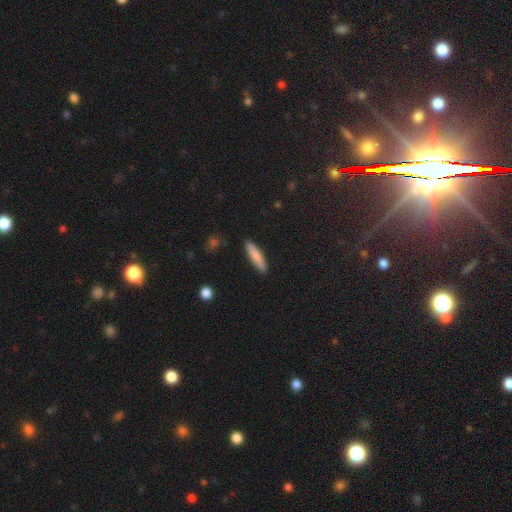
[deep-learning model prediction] smooth-or-featured: smooth: 81% | featured or disk: 13% | star or artifact: 6%
  how-rounded: cigar-shaped: 81% | in between: 17% | round: 2%
  merging: none: 90% | minor disturbance: 7% | major disturbance: 2% | merger: 1%